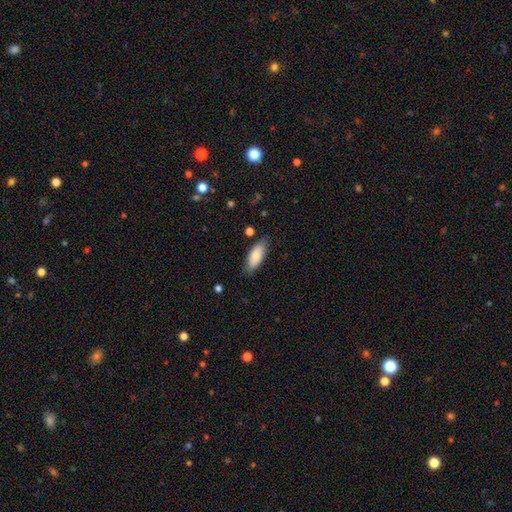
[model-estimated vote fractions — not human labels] A smooth galaxy with no disk features (82%) that is in between round and cigar-shaped (80%).

Vote fractions:
- Smooth or featured? smooth: 82% / featured or disk: 12% / star or artifact: 6%
- How rounded? in between: 80% / cigar-shaped: 18% / round: 2%
- Merging? none: 78% / minor disturbance: 17% / major disturbance: 3% / merger: 2%